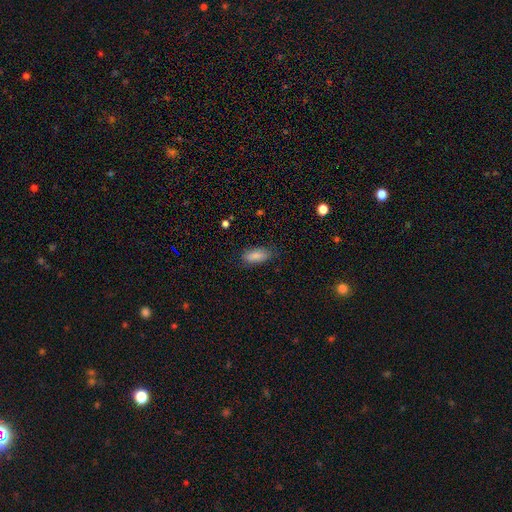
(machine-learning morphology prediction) This is clearly a smooth galaxy (86%). How rounded: clearly in between (83%). Merging: clearly none (80%).